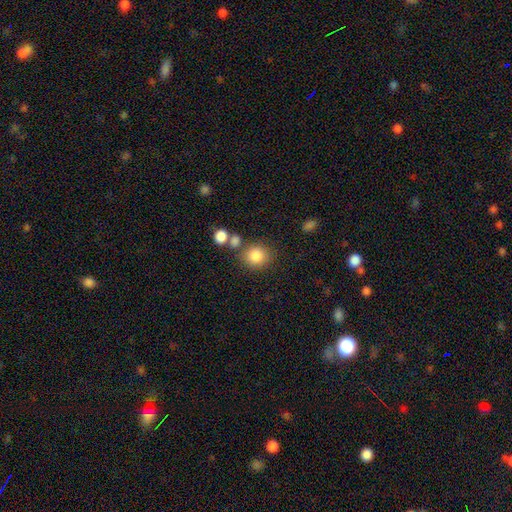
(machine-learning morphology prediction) Smooth or featured? smooth (85%)
How rounded? round (80%)
Merging? none (71%)